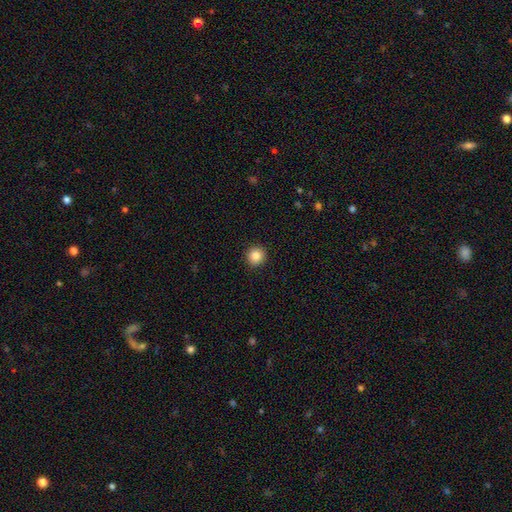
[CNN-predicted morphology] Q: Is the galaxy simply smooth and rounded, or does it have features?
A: smooth — 85%.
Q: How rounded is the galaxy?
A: round — 93%.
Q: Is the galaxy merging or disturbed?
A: none — 93%.